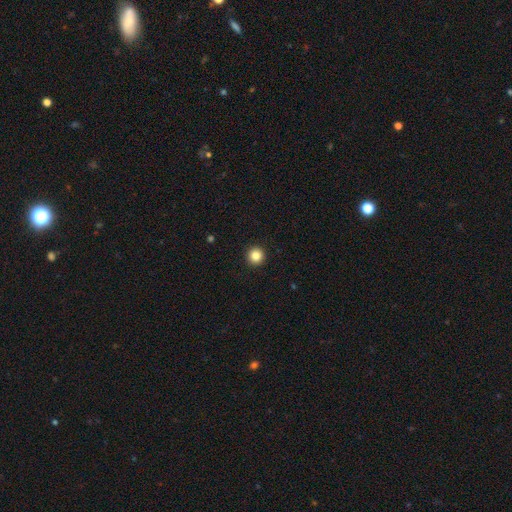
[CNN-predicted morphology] Overall: smooth (85%). How rounded: round (96%). Merging: none (94%).